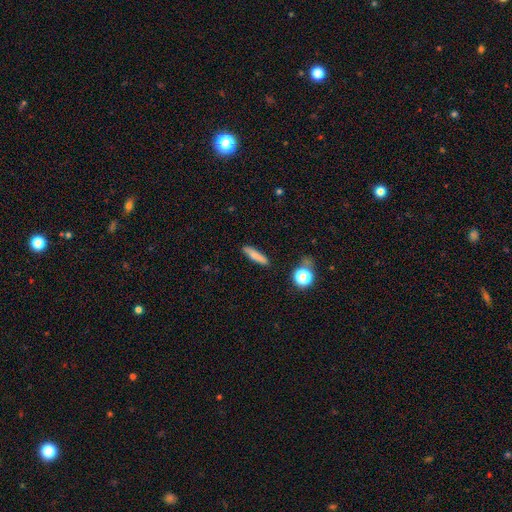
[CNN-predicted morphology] smooth-or-featured: smooth: 80% | featured or disk: 12% | star or artifact: 9%
  how-rounded: cigar-shaped: 82% | in between: 15% | round: 3%
  merging: none: 85% | minor disturbance: 10% | major disturbance: 3% | merger: 2%